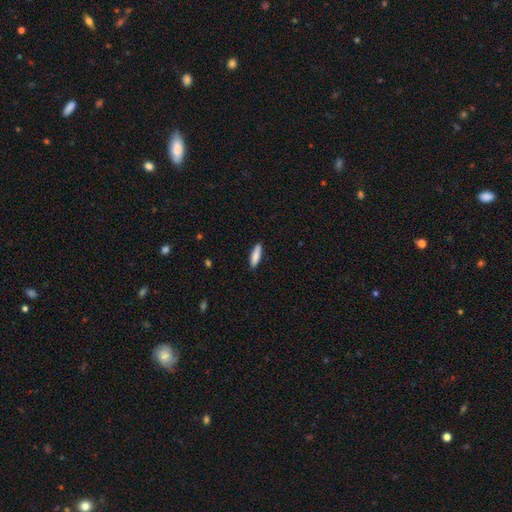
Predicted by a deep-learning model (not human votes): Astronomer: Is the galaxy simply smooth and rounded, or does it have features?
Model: smooth — 86%.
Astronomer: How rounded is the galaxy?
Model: cigar-shaped — 67%.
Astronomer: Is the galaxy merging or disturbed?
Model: none — 87%.